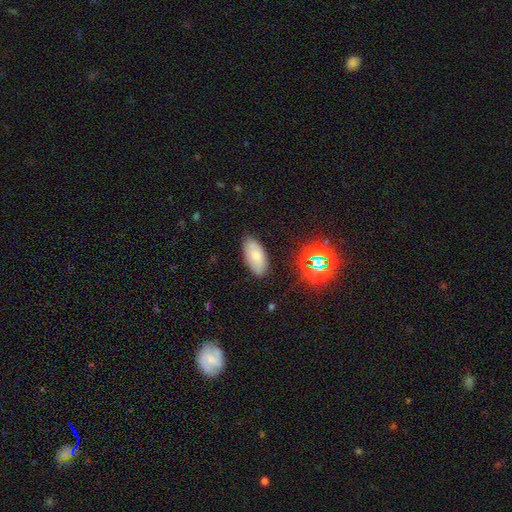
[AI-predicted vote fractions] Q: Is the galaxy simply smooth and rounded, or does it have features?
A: smooth — 71%.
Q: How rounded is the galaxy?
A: in between — 93%.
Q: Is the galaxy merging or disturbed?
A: none — 82%.